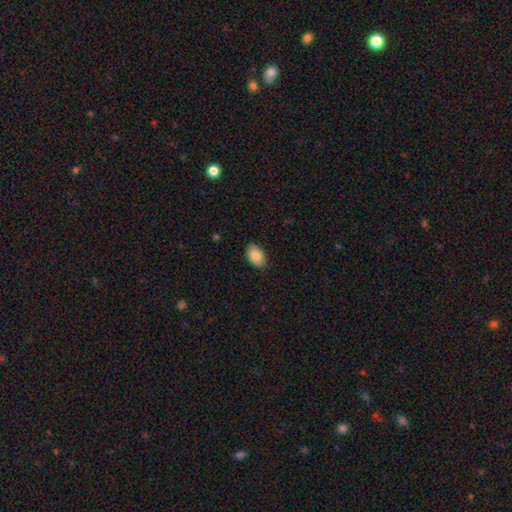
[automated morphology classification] smooth_or_featured: smooth (p=0.87) [alt: star or artifact p=0.07]
how_rounded: in between (p=0.91) [alt: round p=0.07]
merging: none (p=0.87) [alt: minor disturbance p=0.10]